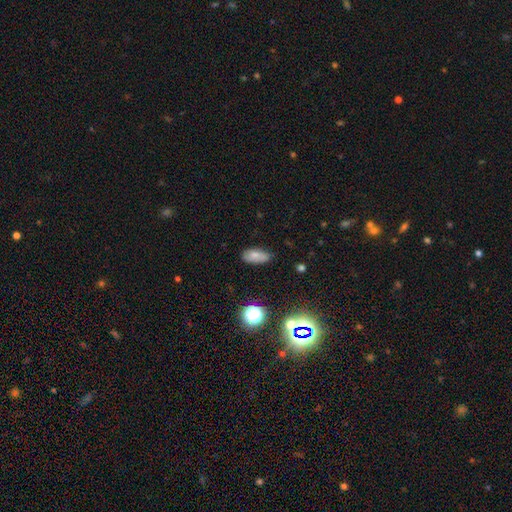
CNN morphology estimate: smooth 73%, featured or disk 15%, star or artifact 12%. Down the decision tree: how rounded — in between (89%); merging — none (68%).